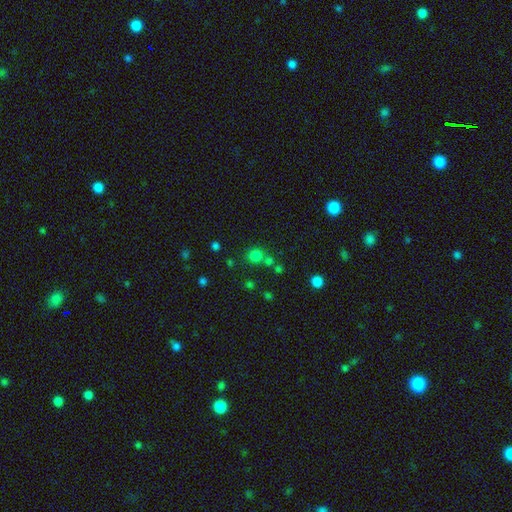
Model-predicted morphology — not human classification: This appears to be a smooth galaxy with no disk features (75%) that is round (89%). Merging: none (66%).